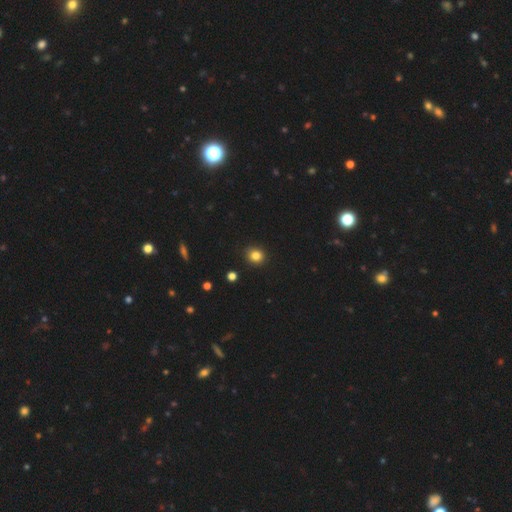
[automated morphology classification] smooth_or_featured: smooth (p=0.83) [alt: star or artifact p=0.13]
how_rounded: round (p=0.82) [alt: in between p=0.17]
merging: none (p=0.90) [alt: minor disturbance p=0.06]